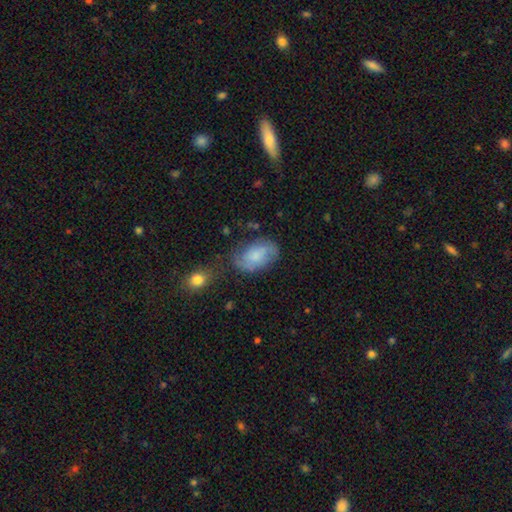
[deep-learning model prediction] Q: Smooth or featured?
A: smooth (61%); runner-up: featured or disk (31%)
Q: How rounded?
A: in between (89%); runner-up: round (9%)
Q: Merging?
A: none (58%); runner-up: minor disturbance (27%)